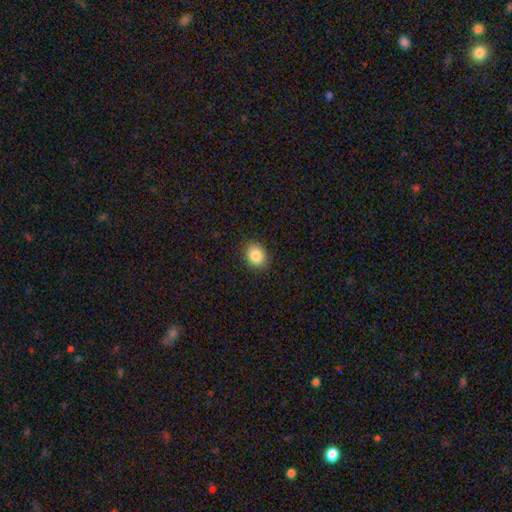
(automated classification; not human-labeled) A smooth galaxy with no disk features (86%) that is in between round and cigar-shaped (54%). Merging: none (88%).